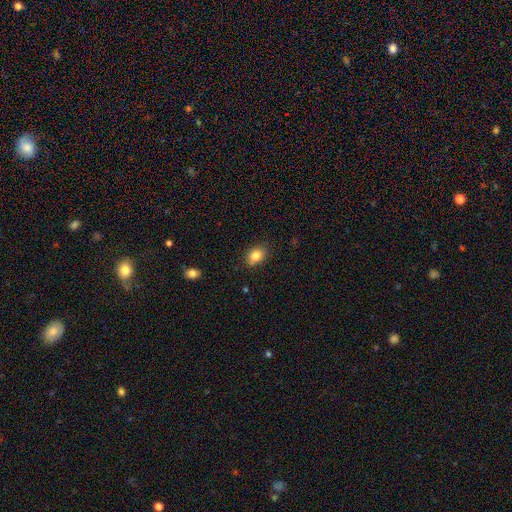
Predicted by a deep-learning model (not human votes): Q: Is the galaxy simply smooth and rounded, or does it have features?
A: smooth — 84%.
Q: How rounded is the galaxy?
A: in between — 64%.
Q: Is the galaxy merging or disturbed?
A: none — 79%.